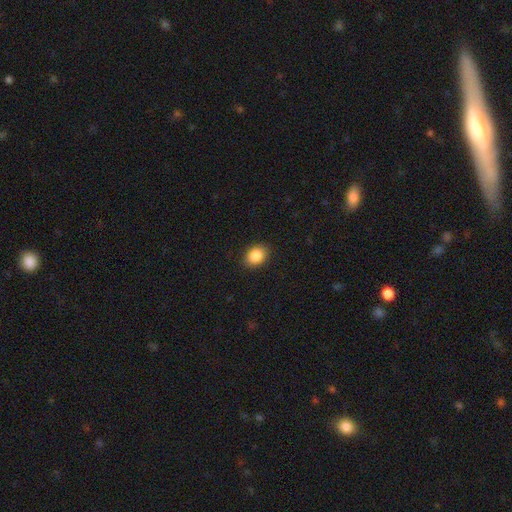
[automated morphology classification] Smooth or featured? smooth (88%)
How rounded? in between (60%)
Merging? none (88%)